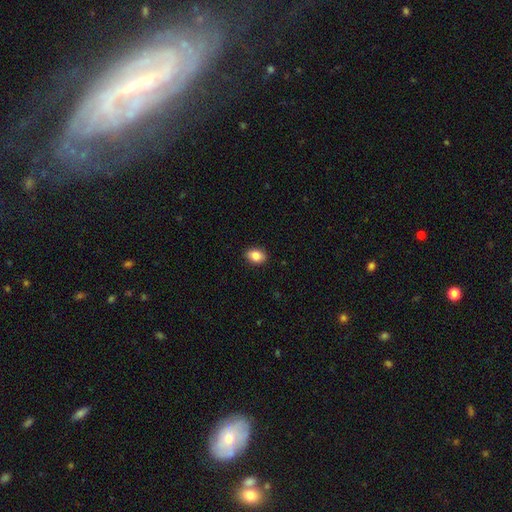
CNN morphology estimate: Smooth or featured?
  - smooth: 87% *
  - star or artifact: 8%
  - featured or disk: 5%
How rounded?
  - in between: 72% *
  - round: 27%
  - cigar-shaped: 1%
Merging?
  - none: 90% *
  - minor disturbance: 7%
  - major disturbance: 2%
  - merger: 1%